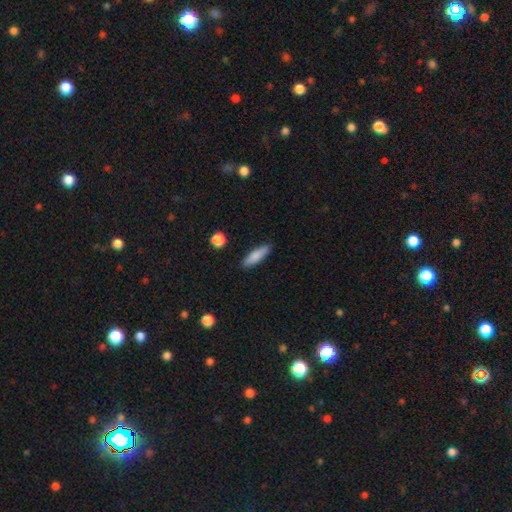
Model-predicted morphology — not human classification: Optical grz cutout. It shows a smooth galaxy with no disk features (82%) that is cigar-shaped (69%). Merging: none (88%).